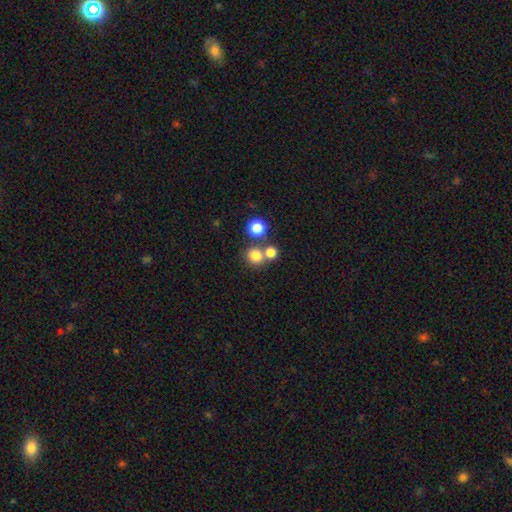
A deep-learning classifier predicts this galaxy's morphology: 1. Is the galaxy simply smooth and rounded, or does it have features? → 77% smooth, 15% star or artifact, 8% featured or disk.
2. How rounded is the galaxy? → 86% round, 13% in between, 1% cigar-shaped.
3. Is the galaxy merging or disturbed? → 59% none, 30% merger, 7% minor disturbance, 3% major disturbance.